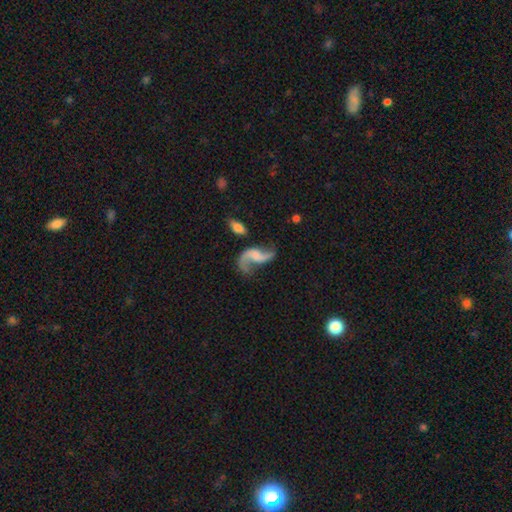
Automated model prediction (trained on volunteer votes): Smooth or featured: featured or disk — 86% (smooth — 9%)
Edge-on disk: no — 97% (yes — 3%)
Bar: no — 53% (weak — 36%)
Spiral arms: yes — 94% (no — 6%)
Spiral winding: loose — 86% (medium — 12%)
Spiral arm count: 2 — 90% (1 — 6%)
Bulge size: none — 51% (small — 25%)
Merging: none — 58% (minor disturbance — 17%)